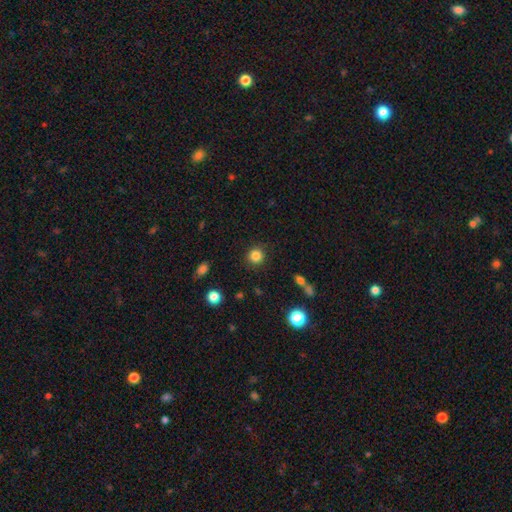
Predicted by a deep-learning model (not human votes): The model was most divided on "smooth or featured": smooth: 84%, star or artifact: 11%, featured or disk: 5%. More confident: how rounded — round (92%); merging — none (88%).